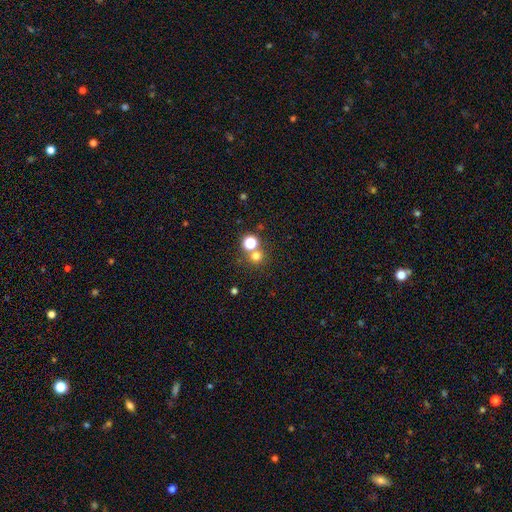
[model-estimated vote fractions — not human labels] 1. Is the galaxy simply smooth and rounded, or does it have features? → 70% smooth, 22% star or artifact, 8% featured or disk.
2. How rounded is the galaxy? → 91% round, 8% in between, 1% cigar-shaped.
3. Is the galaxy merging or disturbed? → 64% none, 27% merger, 6% minor disturbance, 3% major disturbance.